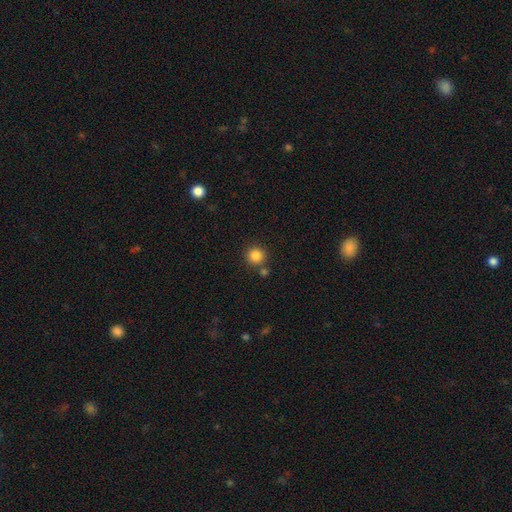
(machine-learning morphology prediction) Overall: smooth (85%). How rounded: round (94%). Merging: none (81%).